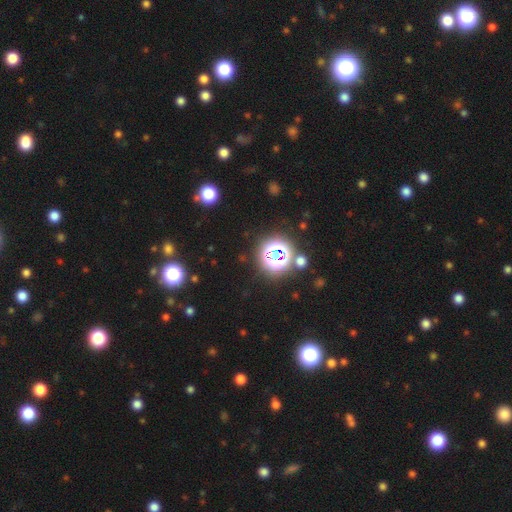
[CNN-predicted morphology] This is likely a star or artifact rather than a galaxy (79%).